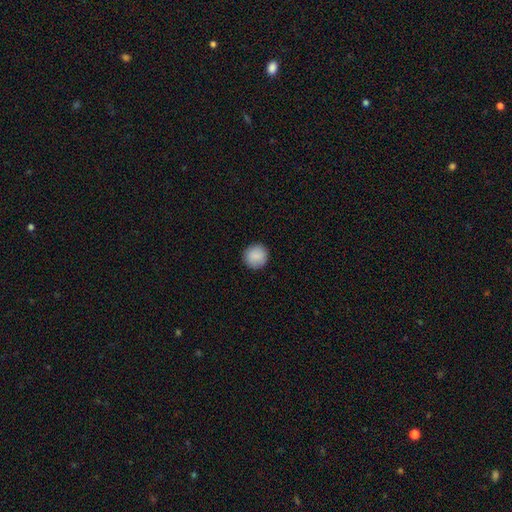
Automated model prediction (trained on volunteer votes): Overall: smooth (89%). How rounded: round (95%). Merging: none (92%).